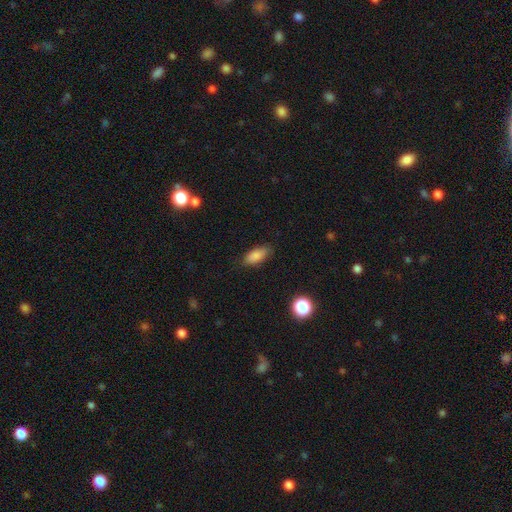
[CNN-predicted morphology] Smooth or featured? smooth (86%)
How rounded? in between (85%)
Merging? none (83%)